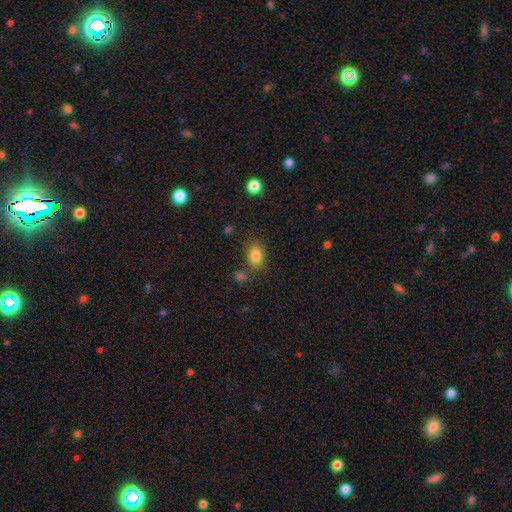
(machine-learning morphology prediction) Smooth or featured? Predicted: smooth (p=0.84). How rounded? Predicted: in between (p=0.74). Merging? Predicted: none (p=0.74).